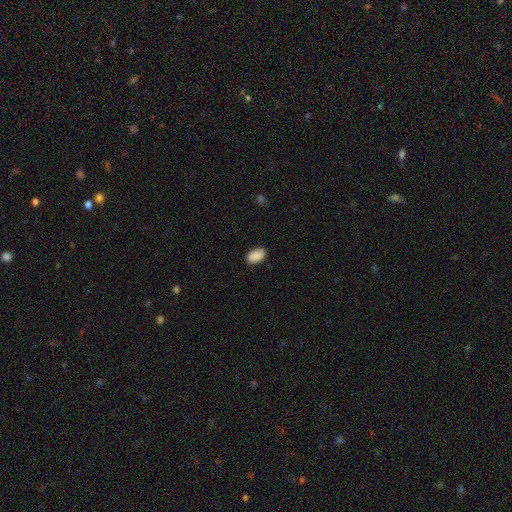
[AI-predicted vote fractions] Smooth or featured? smooth (90%)
How rounded? in between (92%)
Merging? none (84%)